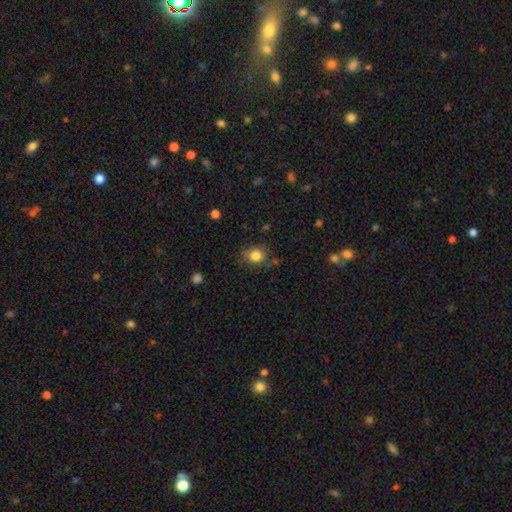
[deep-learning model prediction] The model was most divided on "how rounded": round: 71%, in between: 28%, cigar-shaped: 1%. More confident: smooth or featured — smooth (82%); merging — none (74%).